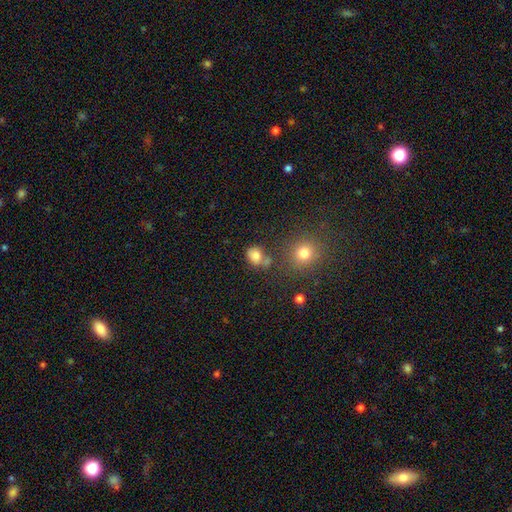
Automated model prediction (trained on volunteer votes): smooth 79%, star or artifact 13%, featured or disk 8%. Down the decision tree: how rounded — in between (52%); merging — none (58%).